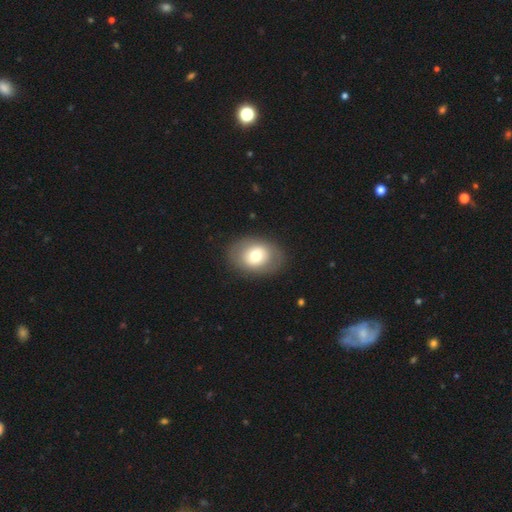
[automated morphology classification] Smooth or featured?
  - smooth: 65% *
  - featured or disk: 28%
  - star or artifact: 7%
How rounded?
  - in between: 65% *
  - round: 34%
  - cigar-shaped: 1%
Merging?
  - none: 85% *
  - minor disturbance: 10%
  - major disturbance: 4%
  - merger: 1%